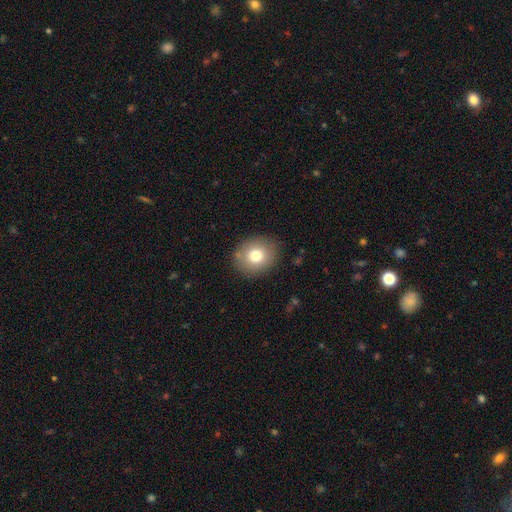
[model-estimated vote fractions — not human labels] smooth-or-featured: smooth: 76% | featured or disk: 14% | star or artifact: 10%
  how-rounded: round: 70% | in between: 29% | cigar-shaped: 1%
  merging: none: 85% | minor disturbance: 10% | major disturbance: 3% | merger: 2%